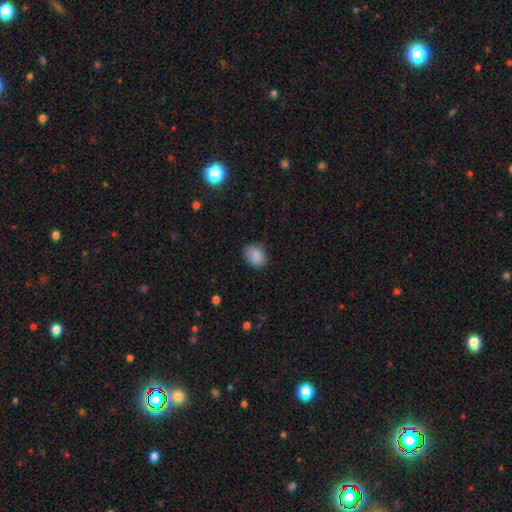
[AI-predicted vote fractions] smooth-or-featured: smooth: 88% | star or artifact: 9% | featured or disk: 3%
  how-rounded: in between: 53% | round: 46% | cigar-shaped: 1%
  merging: none: 82% | minor disturbance: 14% | major disturbance: 3% | merger: 1%